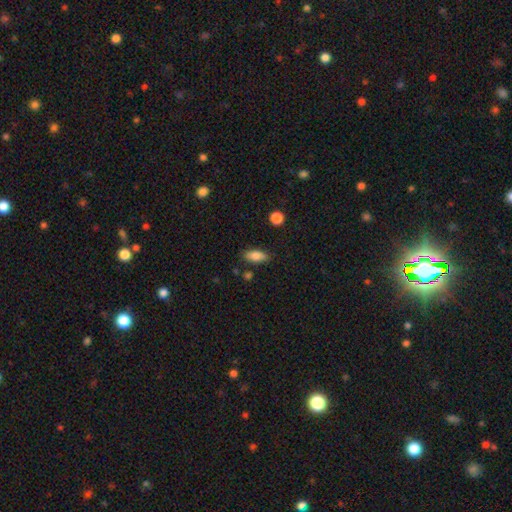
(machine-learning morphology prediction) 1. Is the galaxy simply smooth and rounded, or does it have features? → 82% smooth, 11% featured or disk, 8% star or artifact.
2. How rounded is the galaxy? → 84% in between, 13% cigar-shaped, 4% round.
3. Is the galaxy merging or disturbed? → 83% none, 12% minor disturbance, 3% merger, 3% major disturbance.